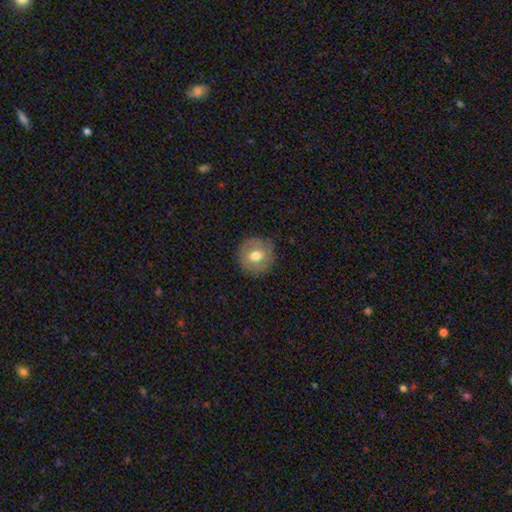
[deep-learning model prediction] This appears to be a smooth galaxy with no disk features (67%) that is round (90%). Merging: none (86%).